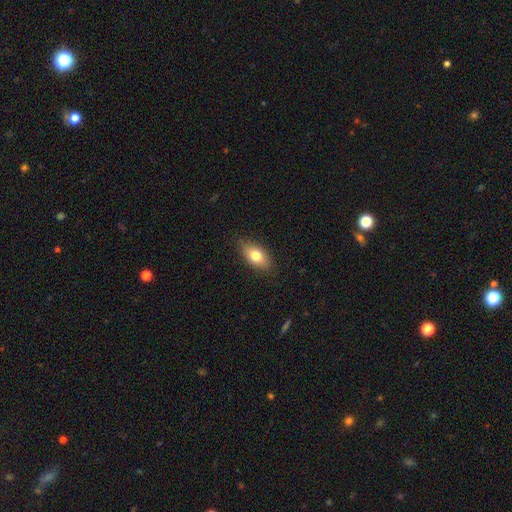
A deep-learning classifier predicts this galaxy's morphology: A smooth galaxy with no disk features (76%) that is in between round and cigar-shaped (85%).

Vote fractions:
- Smooth or featured? smooth: 76% / featured or disk: 17% / star or artifact: 8%
- How rounded? in between: 85% / round: 8% / cigar-shaped: 7%
- Merging? none: 82% / minor disturbance: 14% / major disturbance: 3% / merger: 1%